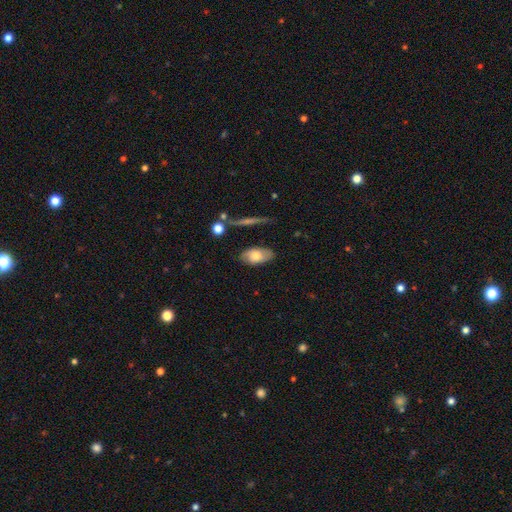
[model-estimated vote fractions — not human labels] The model was most divided on "smooth or featured": smooth: 71%, featured or disk: 23%, star or artifact: 7%. More confident: how rounded — in between (90%); merging — none (75%).